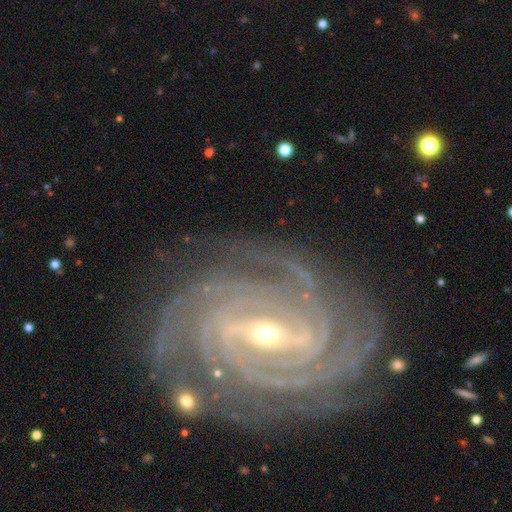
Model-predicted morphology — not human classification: Overall: featured or disk (93%). Edge-on disk: no (97%). Bar: strong (58%; weak 32%). Spiral arms: yes (99%). Spiral arm count: 4 (38%; 3 17%). Spiral winding: tight (80%). Bulge size: small (65%; moderate 32%). Merging: none (81%).